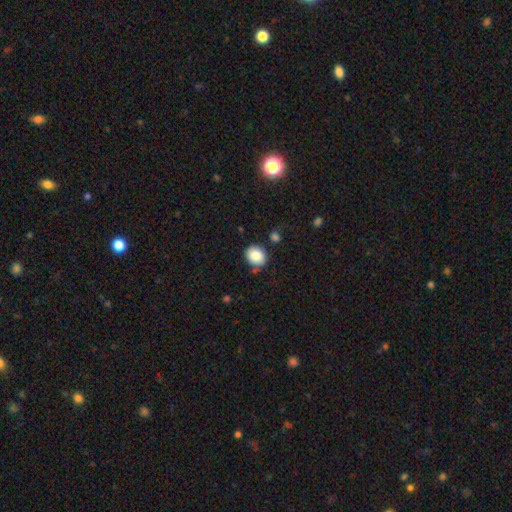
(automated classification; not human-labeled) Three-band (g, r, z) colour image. It shows a smooth galaxy with no disk features (85%) that is round (67%). Merging: none (80%).